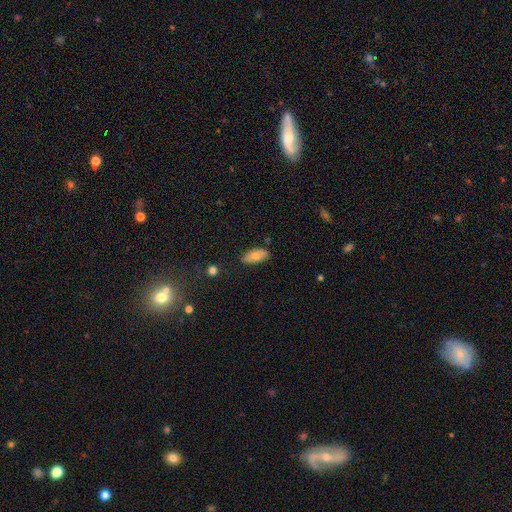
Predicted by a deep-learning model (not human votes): Smooth or featured: smooth — 80% (featured or disk — 13%)
How rounded: in between — 90% (cigar-shaped — 8%)
Merging: none — 83% (minor disturbance — 13%)